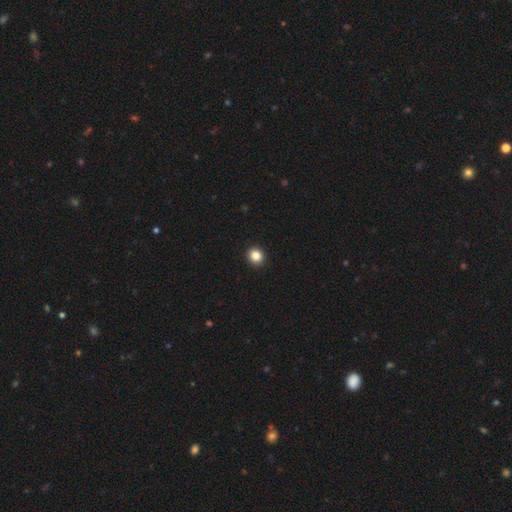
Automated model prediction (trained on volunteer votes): A smooth galaxy with no disk features (85%) that is round (87%). Merging: none (94%).